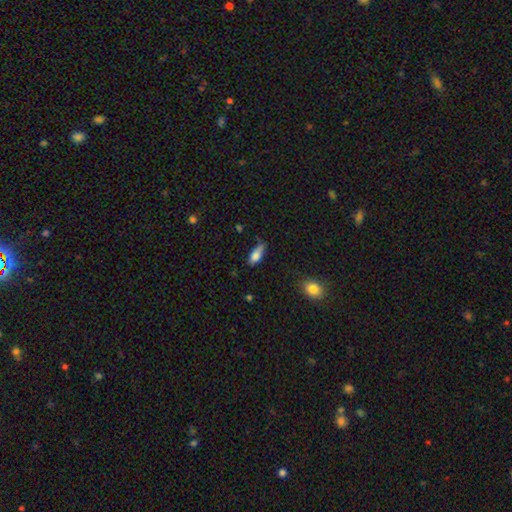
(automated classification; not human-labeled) smooth-or-featured: smooth: 78% | featured or disk: 15% | star or artifact: 7%
  how-rounded: in between: 73% | cigar-shaped: 24% | round: 3%
  merging: none: 54% | minor disturbance: 35% | major disturbance: 8% | merger: 3%